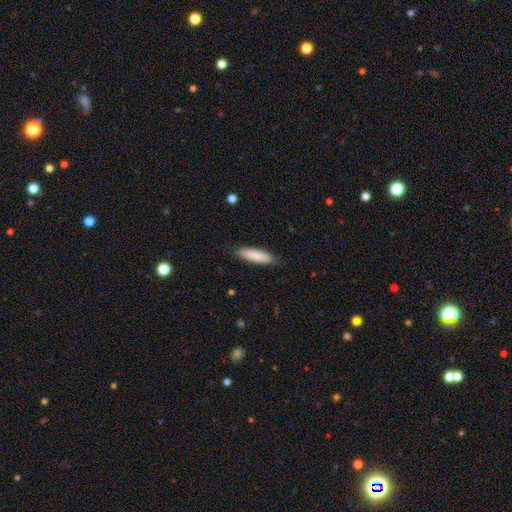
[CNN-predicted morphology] smooth_or_featured: smooth (p=0.86) [alt: featured or disk p=0.08]
how_rounded: cigar-shaped (p=0.67) [alt: in between p=0.31]
merging: none (p=0.85) [alt: minor disturbance p=0.11]